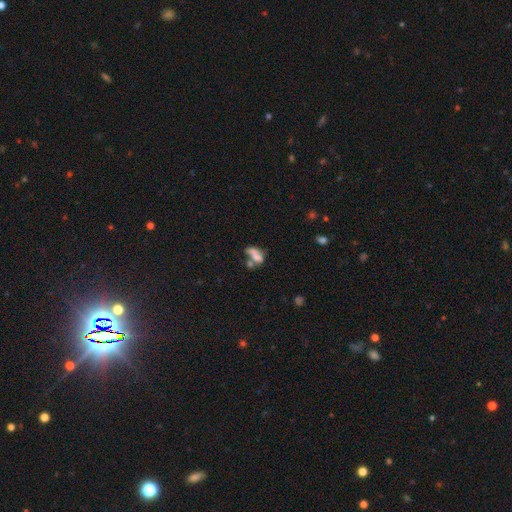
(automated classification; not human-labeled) This is likely a smooth galaxy (60%). How rounded: likely in between (77%). Merging: possibly merger (52%).